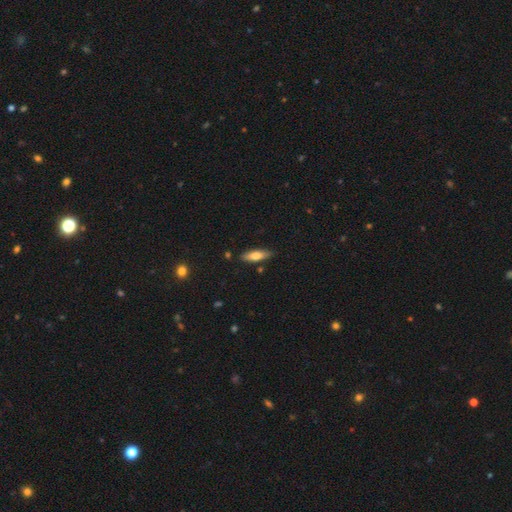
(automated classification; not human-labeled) Smooth or featured?
  - smooth: 67% *
  - featured or disk: 26%
  - star or artifact: 6%
How rounded?
  - cigar-shaped: 52% *
  - in between: 46%
  - round: 2%
Merging?
  - none: 83% *
  - minor disturbance: 13%
  - merger: 3%
  - major disturbance: 2%